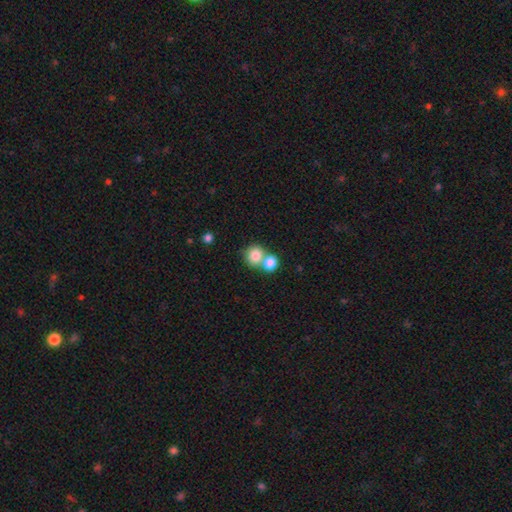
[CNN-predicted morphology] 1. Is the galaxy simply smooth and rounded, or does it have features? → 81% smooth, 10% star or artifact, 10% featured or disk.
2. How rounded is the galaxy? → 80% round, 19% in between, 1% cigar-shaped.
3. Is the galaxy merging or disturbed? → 52% merger, 39% none, 6% minor disturbance, 3% major disturbance.